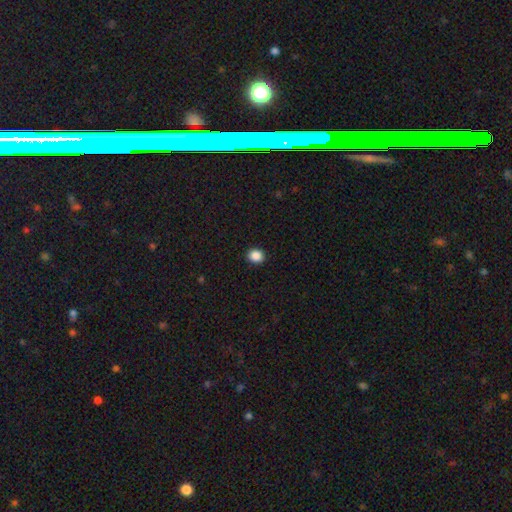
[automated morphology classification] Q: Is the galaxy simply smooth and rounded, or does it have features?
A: smooth — 88%.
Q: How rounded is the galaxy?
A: round — 69%.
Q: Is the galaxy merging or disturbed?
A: none — 92%.